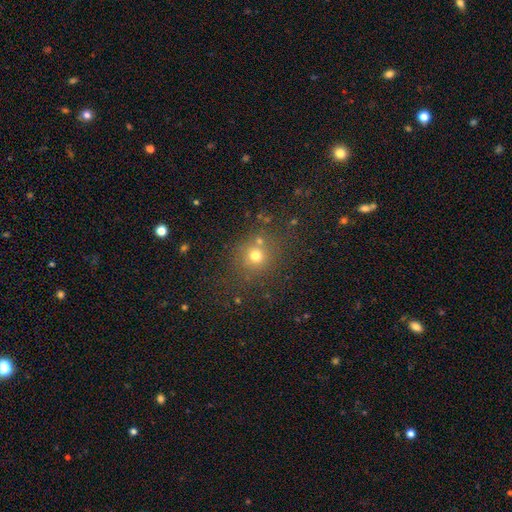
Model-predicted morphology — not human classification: smooth 71%, star or artifact 20%, featured or disk 9%. Down the decision tree: how rounded — round (86%); merging — none (73%).